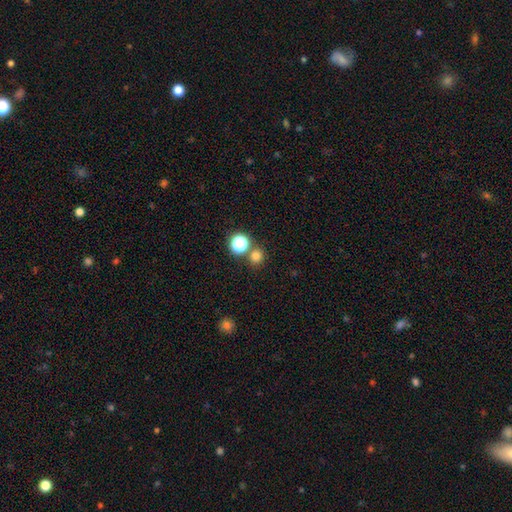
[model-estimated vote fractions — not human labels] smooth-or-featured: smooth: 76% | star or artifact: 19% | featured or disk: 5%
  how-rounded: round: 87% | in between: 12% | cigar-shaped: 1%
  merging: none: 74% | merger: 16% | minor disturbance: 7% | major disturbance: 3%